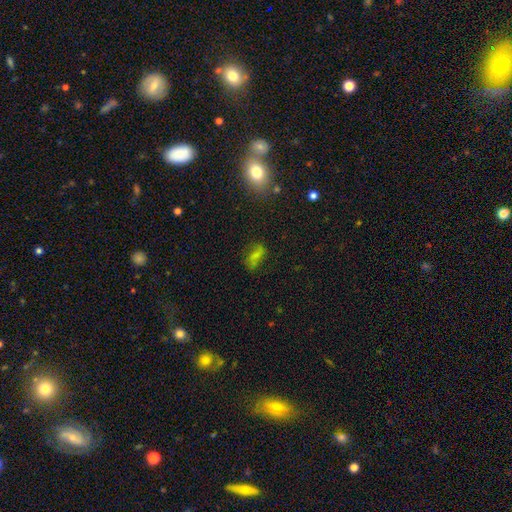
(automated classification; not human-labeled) Smooth or featured? smooth (59%)
How rounded? in between (81%)
Merging? none (59%)